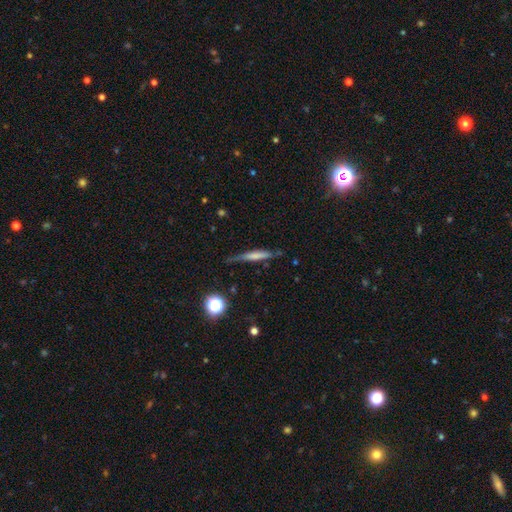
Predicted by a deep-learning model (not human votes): Smooth or featured? smooth (55%)
How rounded? cigar-shaped (90%)
Merging? none (67%)